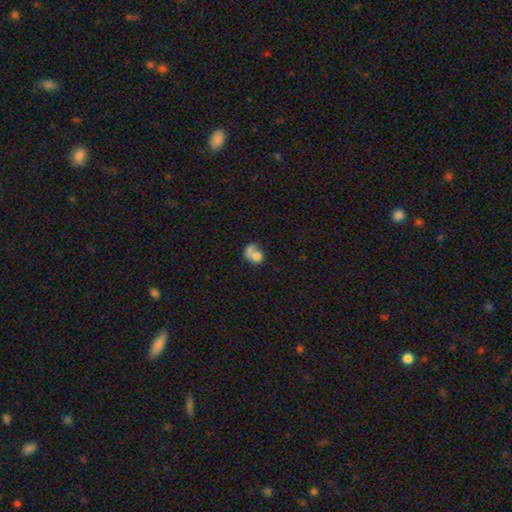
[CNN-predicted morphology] Q: Smooth or featured?
A: smooth (65%); runner-up: featured or disk (25%)
Q: How rounded?
A: round (58%); runner-up: in between (41%)
Q: Merging?
A: merger (52%); runner-up: none (23%)